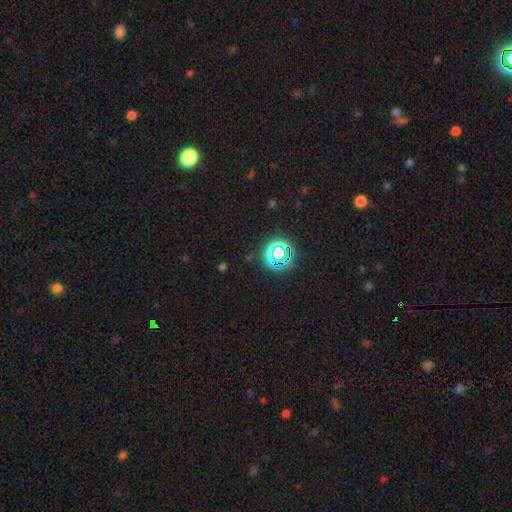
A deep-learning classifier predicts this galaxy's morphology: Smooth or featured?
  - star or artifact: 64% *
  - smooth: 31%
  - featured or disk: 5%